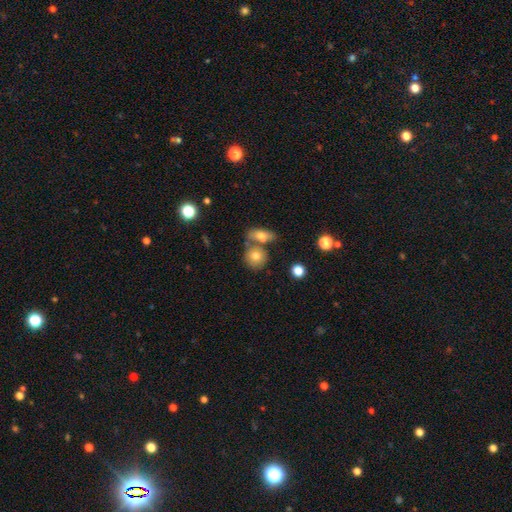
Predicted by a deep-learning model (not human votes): Smooth or featured: smooth — 75% (featured or disk — 16%)
How rounded: round — 75% (in between — 23%)
Merging: none — 52% (merger — 35%)